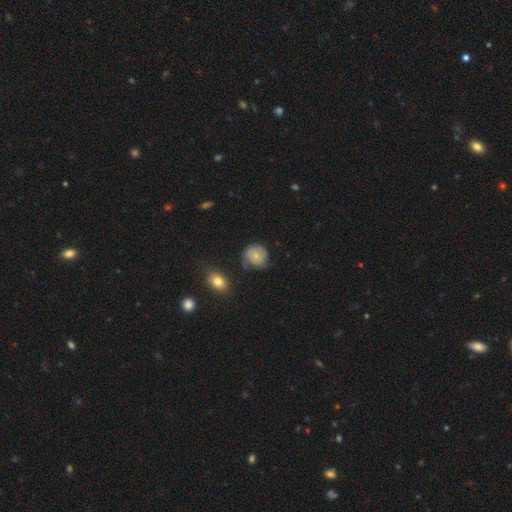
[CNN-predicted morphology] Smooth or featured? Predicted: smooth (p=0.72). How rounded? Predicted: round (p=0.81). Merging? Predicted: none (p=0.63).